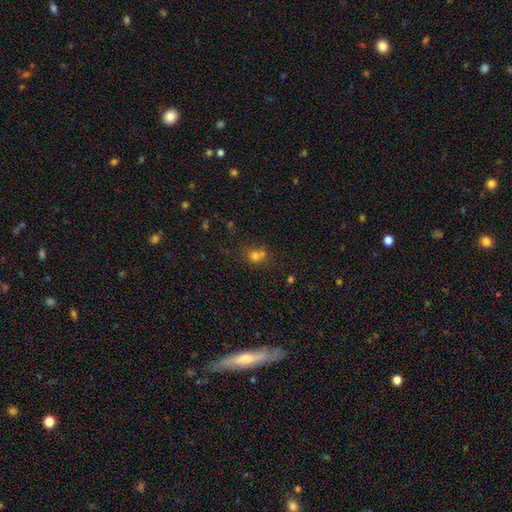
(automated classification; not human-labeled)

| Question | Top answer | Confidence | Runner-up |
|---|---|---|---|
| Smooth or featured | smooth | 69% | star or artifact (19%) |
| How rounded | round | 79% | in between (20%) |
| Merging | none | 44% | merger (43%) |